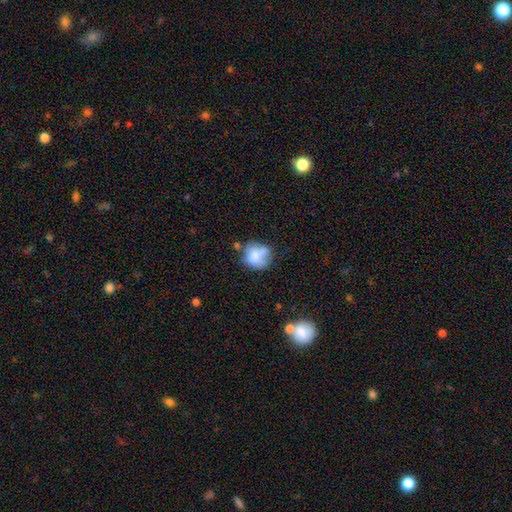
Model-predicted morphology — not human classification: smooth_or_featured: smooth (p=0.64) [alt: featured or disk p=0.26]
how_rounded: round (p=0.75) [alt: in between p=0.24]
merging: none (p=0.43) [alt: minor disturbance p=0.23]